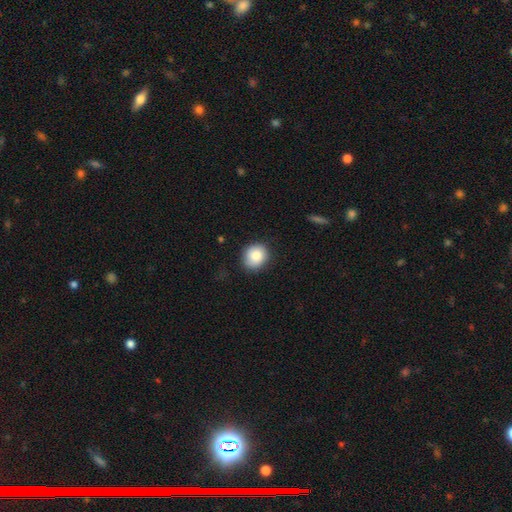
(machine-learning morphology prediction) smooth_or_featured: smooth (p=0.86) [alt: star or artifact p=0.08]
how_rounded: round (p=0.74) [alt: in between p=0.25]
merging: none (p=0.82) [alt: minor disturbance p=0.14]